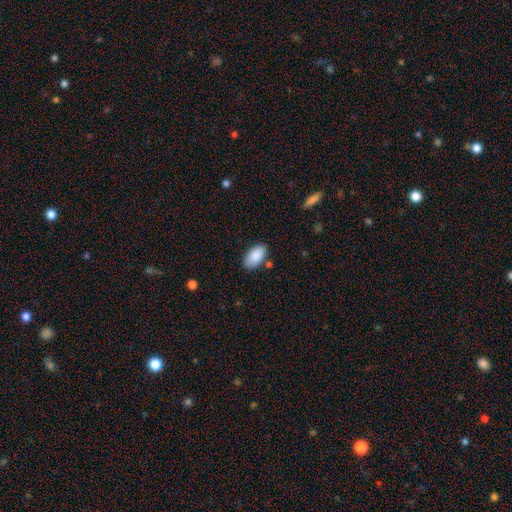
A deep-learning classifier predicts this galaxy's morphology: A smooth galaxy with no disk features (89%) that is in between round and cigar-shaped (95%). Merging: none (81%).